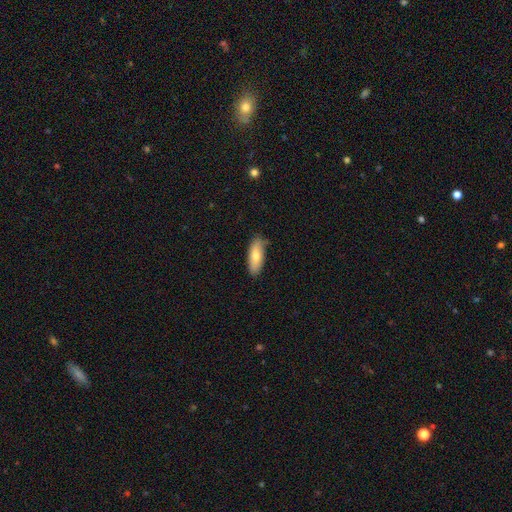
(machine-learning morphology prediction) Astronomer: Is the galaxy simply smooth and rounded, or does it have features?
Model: smooth — 75%.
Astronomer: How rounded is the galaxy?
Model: in between — 71%.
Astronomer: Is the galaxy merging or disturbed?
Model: none — 77%.